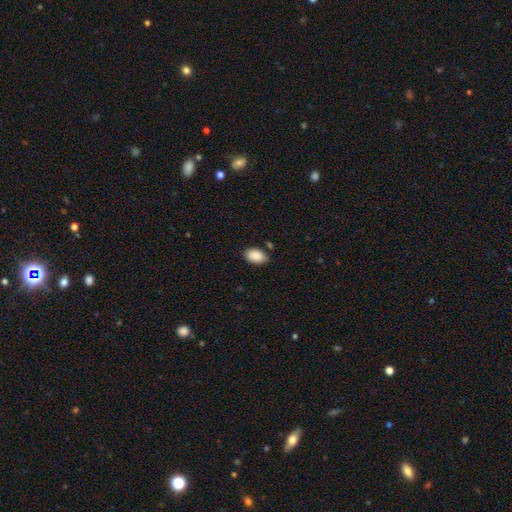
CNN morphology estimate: This appears to be a smooth galaxy with no disk features (89%) that is in between round and cigar-shaped (90%). Merging: none (80%).